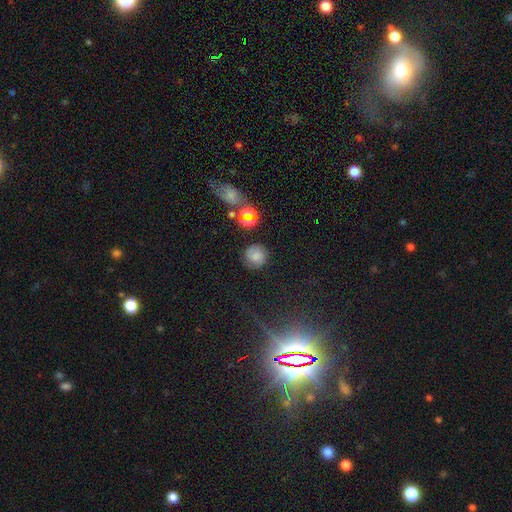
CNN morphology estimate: The model was most divided on "smooth or featured": smooth: 69%, star or artifact: 17%, featured or disk: 14%. More confident: how rounded — round (91%); merging — none (80%).